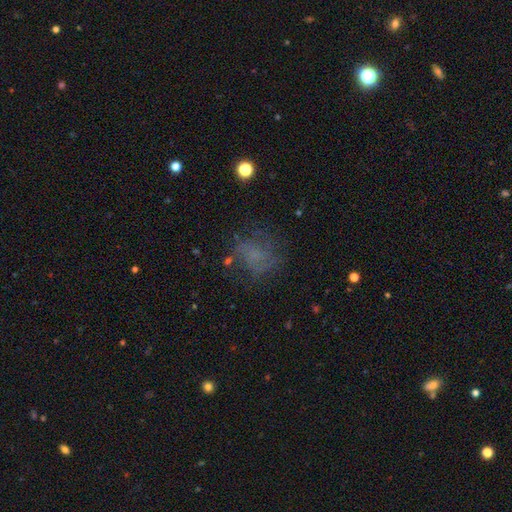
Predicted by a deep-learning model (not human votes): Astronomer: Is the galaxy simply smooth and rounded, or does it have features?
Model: smooth — 41% (runner-up: featured or disk, 40%).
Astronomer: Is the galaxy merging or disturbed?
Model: none — 61%.